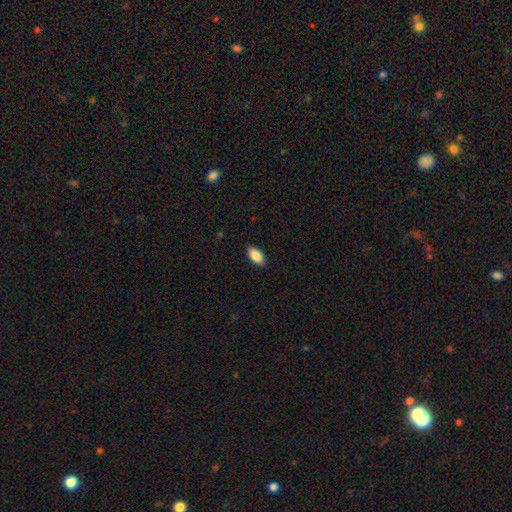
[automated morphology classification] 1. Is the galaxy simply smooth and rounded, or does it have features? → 88% smooth, 7% star or artifact, 5% featured or disk.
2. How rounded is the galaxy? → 92% in between, 5% cigar-shaped, 3% round.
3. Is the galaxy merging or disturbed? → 88% none, 9% minor disturbance, 2% major disturbance, 1% merger.